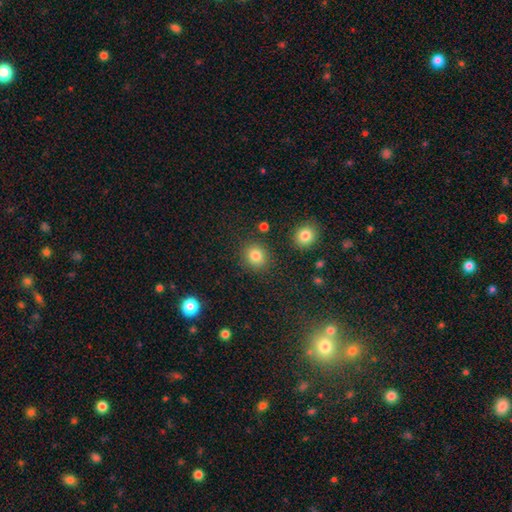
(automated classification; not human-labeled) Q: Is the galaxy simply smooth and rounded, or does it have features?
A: smooth — 83%.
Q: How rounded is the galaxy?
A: round — 84%.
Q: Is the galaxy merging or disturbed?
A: none — 87%.